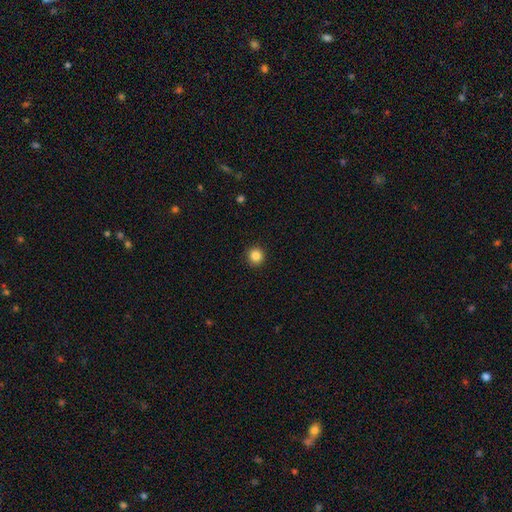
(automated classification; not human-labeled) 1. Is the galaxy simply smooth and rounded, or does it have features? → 85% smooth, 11% star or artifact, 4% featured or disk.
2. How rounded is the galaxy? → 95% round, 4% in between, 1% cigar-shaped.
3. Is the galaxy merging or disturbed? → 93% none, 5% minor disturbance, 2% major disturbance, 1% merger.